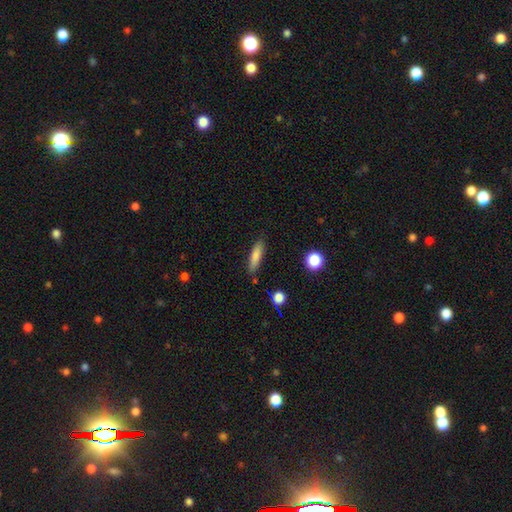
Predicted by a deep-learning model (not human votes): smooth_or_featured: smooth (p=0.79) [alt: featured or disk p=0.13]
how_rounded: cigar-shaped (p=0.74) [alt: in between p=0.24]
merging: none (p=0.84) [alt: minor disturbance p=0.11]